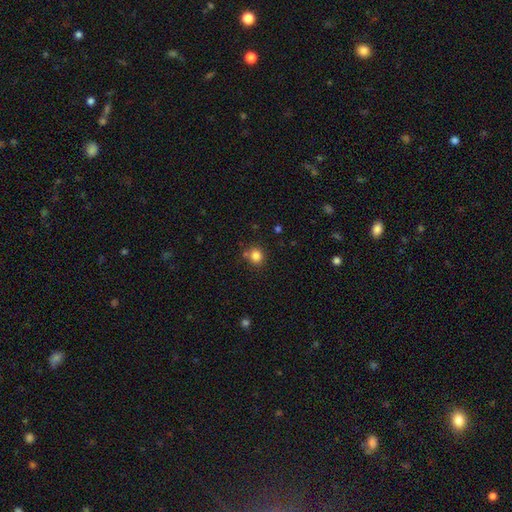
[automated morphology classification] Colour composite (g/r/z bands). It shows a smooth galaxy with no disk features (83%) that is round (83%). Merging: none (73%).